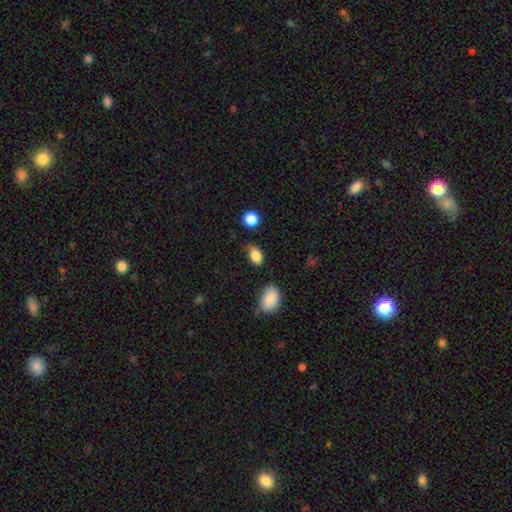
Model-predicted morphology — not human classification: Smooth or featured? Predicted: smooth (p=0.85). How rounded? Predicted: in between (p=0.86). Merging? Predicted: none (p=0.59).